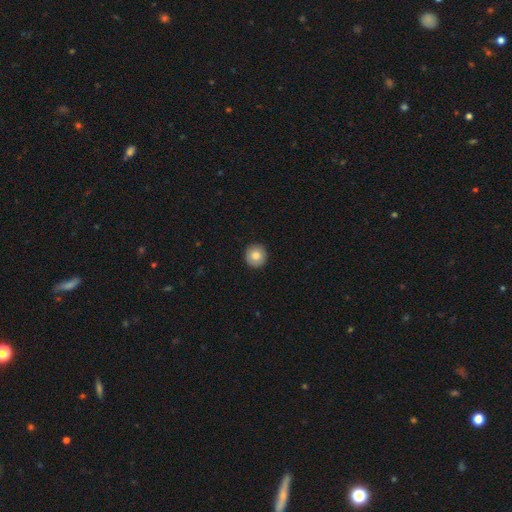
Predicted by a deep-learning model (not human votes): Smooth or featured: smooth — 84% (featured or disk — 8%)
How rounded: round — 94% (in between — 5%)
Merging: none — 92% (minor disturbance — 6%)